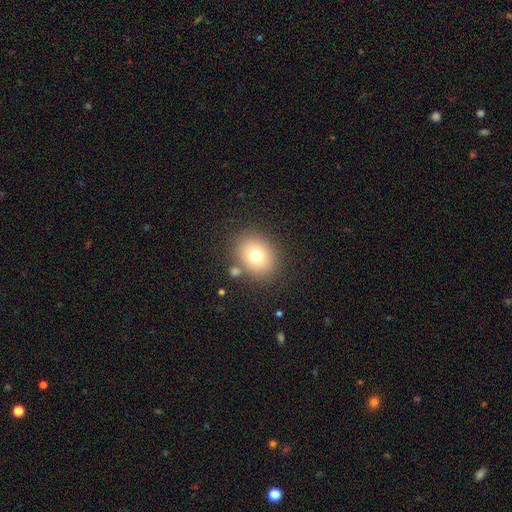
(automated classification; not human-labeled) A smooth galaxy with no disk features (75%) that is round (55%).

Vote fractions:
- Smooth or featured? smooth: 75% / featured or disk: 13% / star or artifact: 12%
- How rounded? round: 55% / in between: 44% / cigar-shaped: 1%
- Merging? none: 80% / minor disturbance: 10% / merger: 6% / major disturbance: 4%